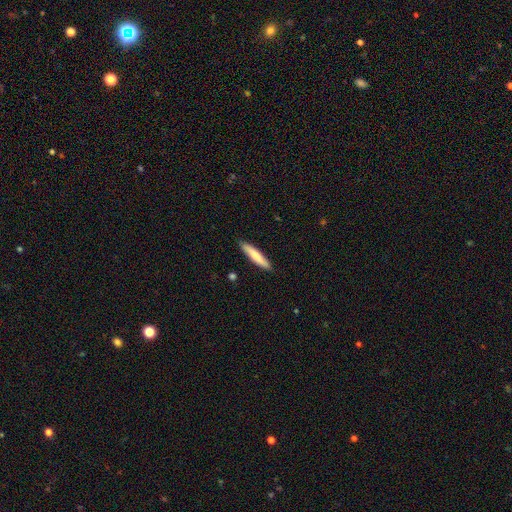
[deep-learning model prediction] Smooth or featured?
  - smooth: 78% *
  - featured or disk: 17%
  - star or artifact: 5%
How rounded?
  - cigar-shaped: 89% *
  - in between: 10%
  - round: 1%
Merging?
  - none: 88% *
  - minor disturbance: 9%
  - major disturbance: 2%
  - merger: 1%